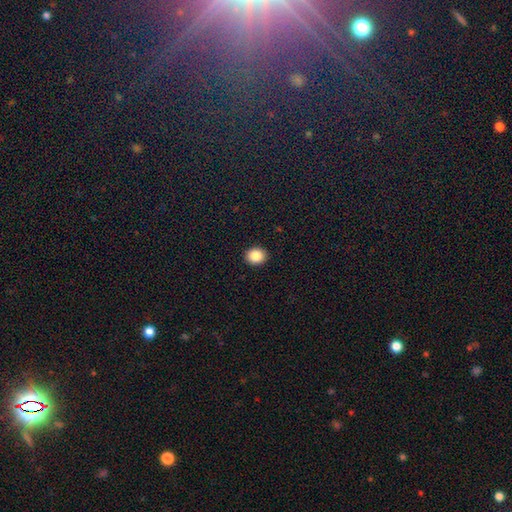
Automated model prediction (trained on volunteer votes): This is clearly a smooth galaxy (86%). How rounded: likely round (69%). Merging: clearly none (92%).